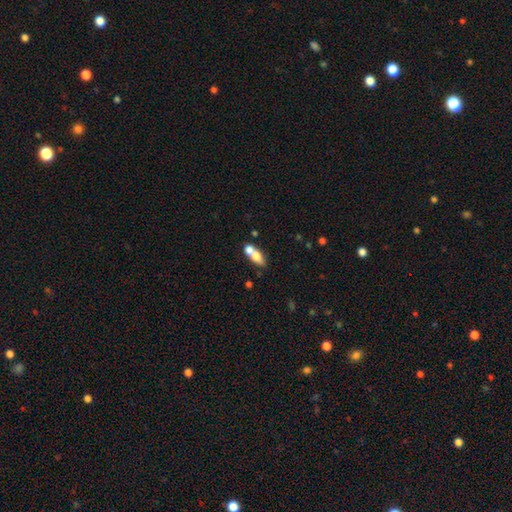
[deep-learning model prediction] Smooth or featured: smooth — 68% (featured or disk — 23%)
How rounded: in between — 73% (cigar-shaped — 17%)
Merging: merger — 52% (none — 33%)